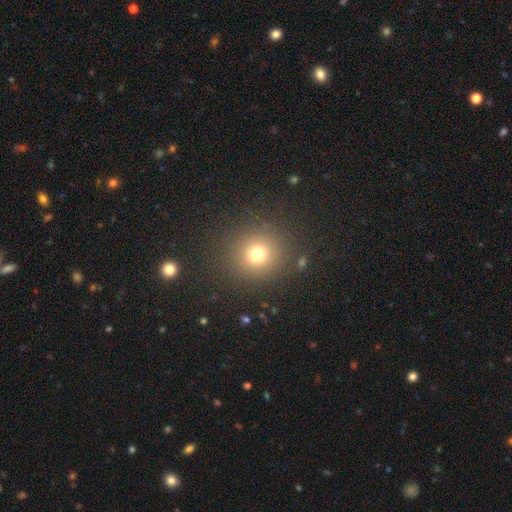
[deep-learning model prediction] Morphology: type=smooth (73%); roundness=round (91%); merging=none (87%).